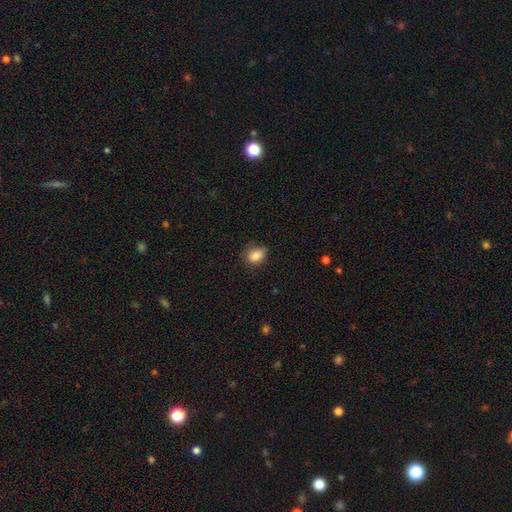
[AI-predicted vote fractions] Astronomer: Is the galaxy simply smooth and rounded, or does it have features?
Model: smooth — 82%.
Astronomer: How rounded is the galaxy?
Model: in between — 51% (runner-up: round, 48%).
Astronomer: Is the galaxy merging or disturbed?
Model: none — 62%.